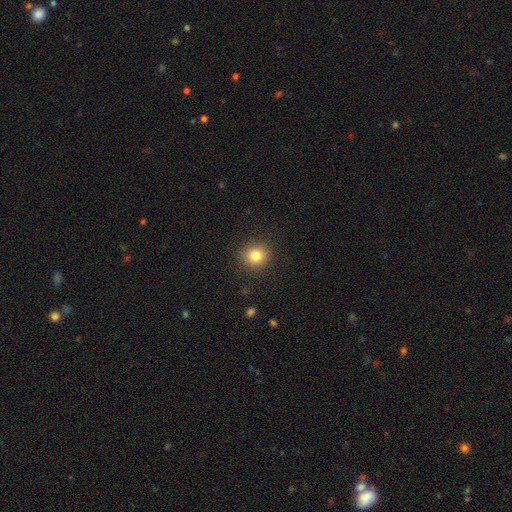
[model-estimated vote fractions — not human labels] Smooth or featured? Predicted: smooth (p=0.82). How rounded? Predicted: round (p=0.90). Merging? Predicted: none (p=0.90).